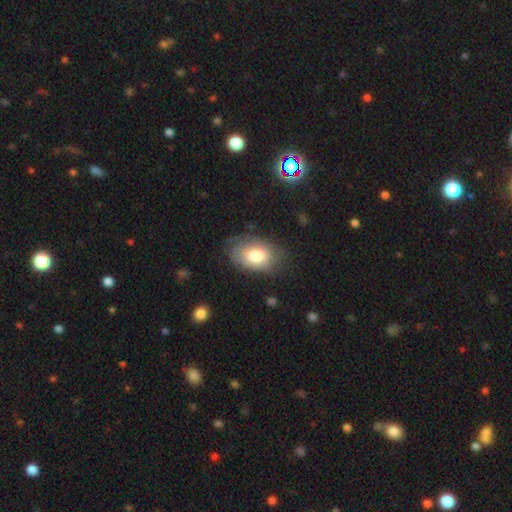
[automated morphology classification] The model was most divided on "smooth or featured": smooth: 67%, featured or disk: 26%, star or artifact: 7%. More confident: how rounded — in between (87%); merging — none (66%).